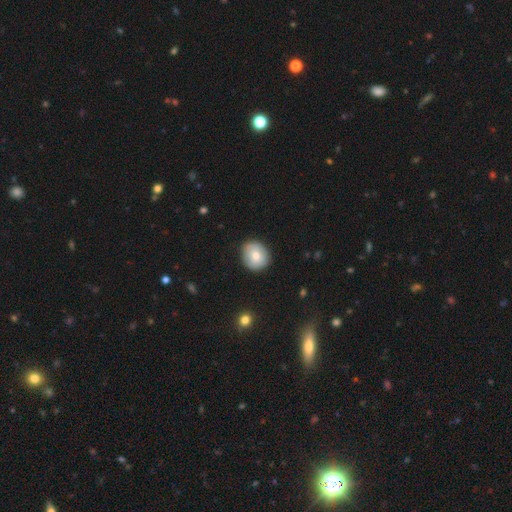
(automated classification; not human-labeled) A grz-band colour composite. It shows a smooth galaxy with no disk features (69%) that is round (79%). Merging: none (84%).